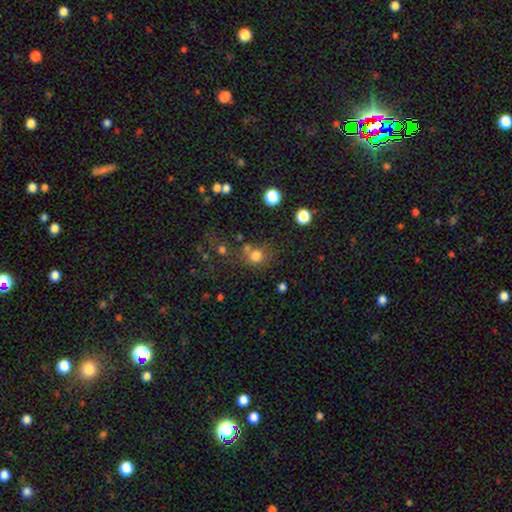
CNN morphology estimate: Smooth or featured? Predicted: smooth (p=0.76). How rounded? Predicted: round (p=0.83). Merging? Predicted: none (p=0.61).